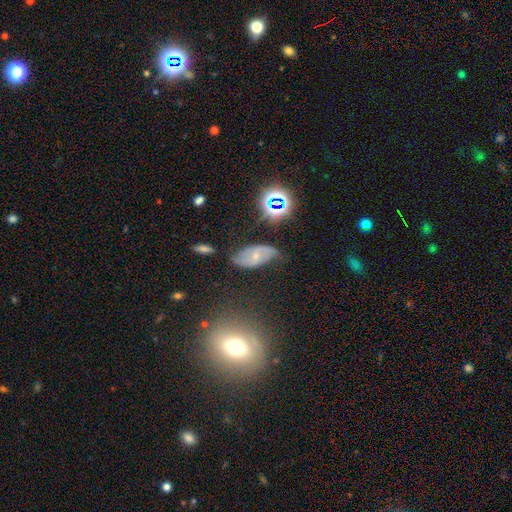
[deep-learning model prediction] A featured or disk galaxy (51%). Merging: none (54%).